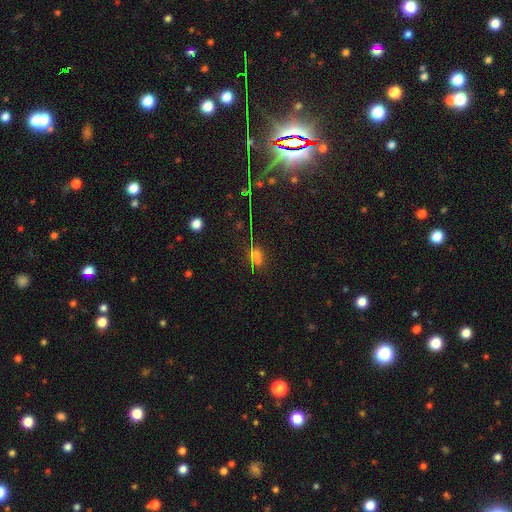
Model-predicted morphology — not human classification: smooth_or_featured: smooth (p=0.47) [alt: star or artifact p=0.43]
merging: none (p=0.74) [alt: minor disturbance p=0.14]